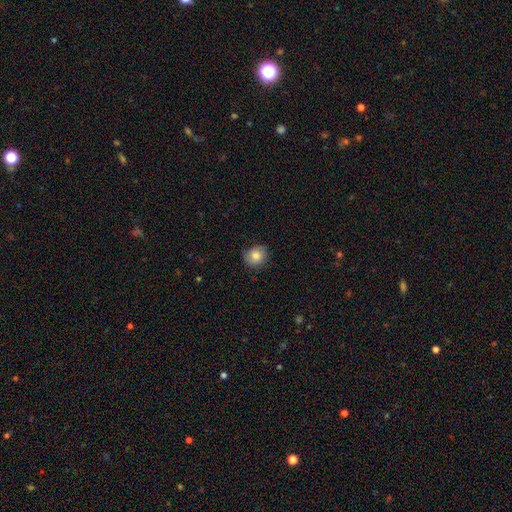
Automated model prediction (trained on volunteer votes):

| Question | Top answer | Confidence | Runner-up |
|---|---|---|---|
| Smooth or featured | smooth | 82% | featured or disk (9%) |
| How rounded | round | 78% | in between (22%) |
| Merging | none | 81% | minor disturbance (15%) |